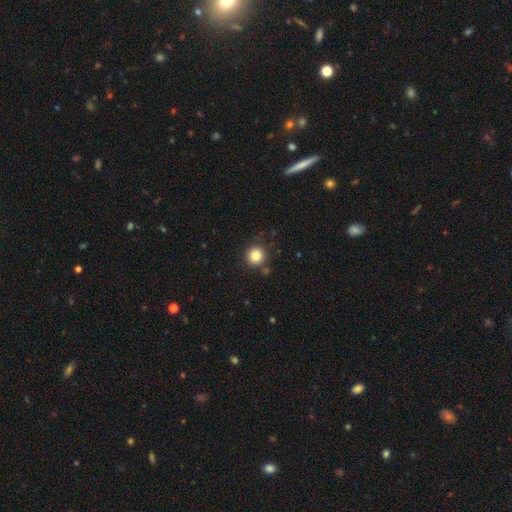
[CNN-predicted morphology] smooth-or-featured: smooth: 82% | star or artifact: 12% | featured or disk: 6%
  how-rounded: round: 94% | in between: 5% | cigar-shaped: 1%
  merging: none: 86% | minor disturbance: 8% | merger: 4% | major disturbance: 3%